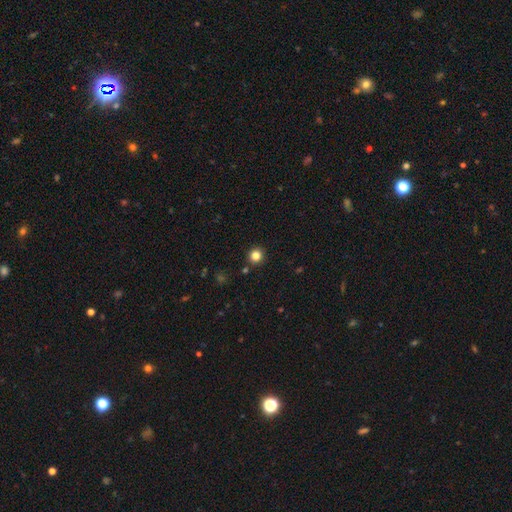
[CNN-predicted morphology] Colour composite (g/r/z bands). It shows a smooth galaxy with no disk features (82%) that is round (95%). Merging: none (91%).